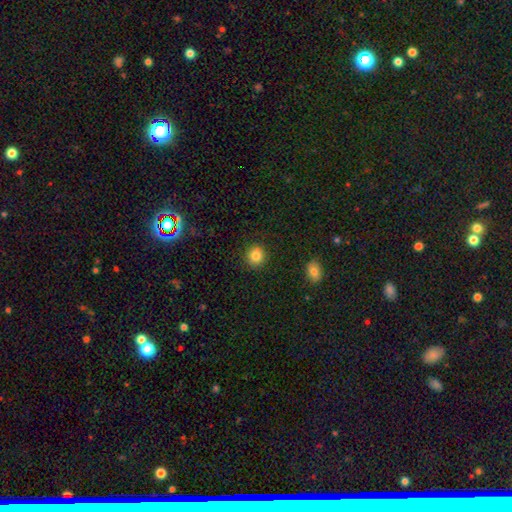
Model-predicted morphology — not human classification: Smooth or featured? smooth (84%)
How rounded? round (90%)
Merging? none (90%)